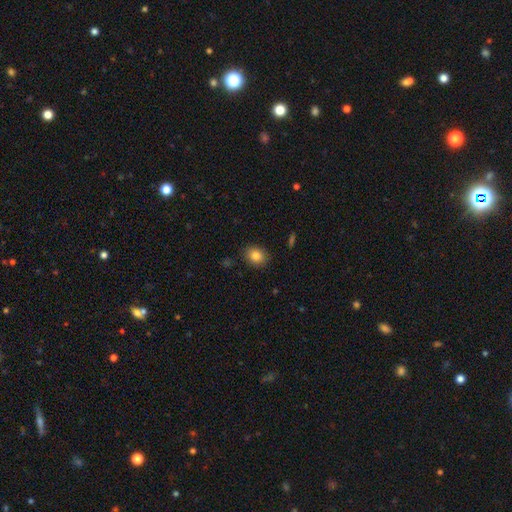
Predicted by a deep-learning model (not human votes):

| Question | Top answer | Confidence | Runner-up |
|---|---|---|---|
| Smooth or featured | smooth | 84% | star or artifact (9%) |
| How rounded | round | 51% | in between (48%) |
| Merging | none | 86% | minor disturbance (10%) |